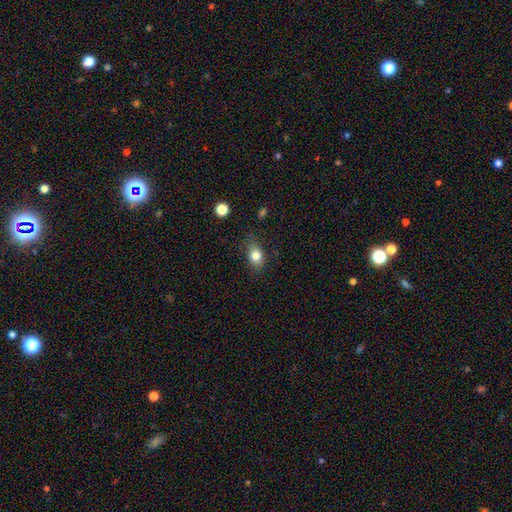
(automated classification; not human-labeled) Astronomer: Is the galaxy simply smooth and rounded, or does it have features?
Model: smooth — 79%.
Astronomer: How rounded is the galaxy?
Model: in between — 75%.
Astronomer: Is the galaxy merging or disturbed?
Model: none — 75%.